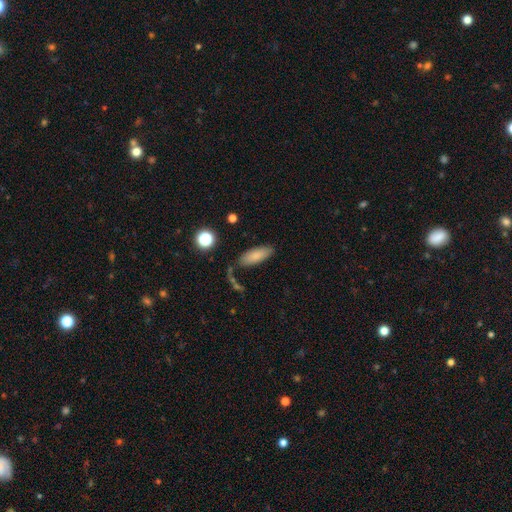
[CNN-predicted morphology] A smooth galaxy with no disk features (82%) that is in between round and cigar-shaped (71%).

Vote fractions:
- Smooth or featured? smooth: 82% / featured or disk: 9% / star or artifact: 8%
- How rounded? in between: 71% / cigar-shaped: 27% / round: 3%
- Merging? none: 75% / minor disturbance: 15% / merger: 5% / major disturbance: 5%